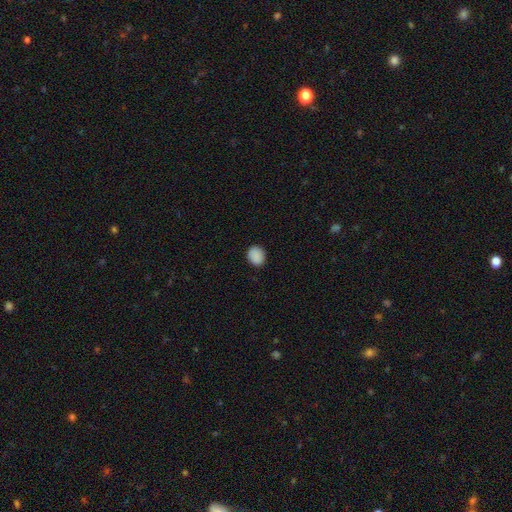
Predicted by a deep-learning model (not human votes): Morphology: type=smooth (88%); roundness=round (64%); merging=none (86%).